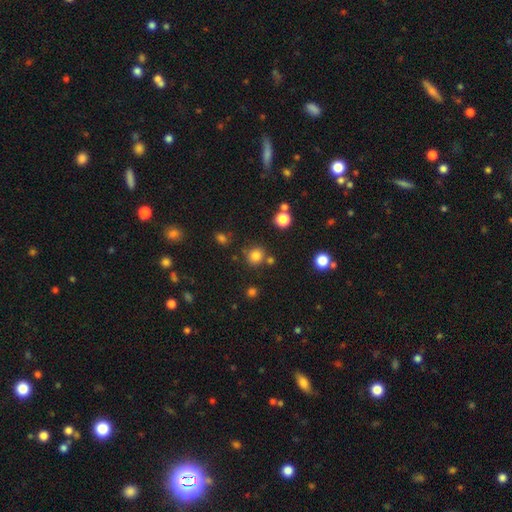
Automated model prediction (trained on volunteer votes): smooth_or_featured: smooth (p=0.79) [alt: star or artifact p=0.15]
how_rounded: round (p=0.86) [alt: in between p=0.13]
merging: none (p=0.77) [alt: minor disturbance p=0.10]